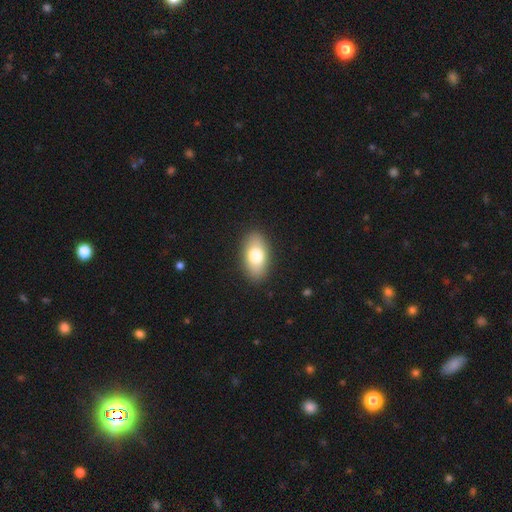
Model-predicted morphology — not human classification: The model was most divided on "smooth or featured": smooth: 75%, featured or disk: 18%, star or artifact: 7%. More confident: how rounded — in between (91%); merging — none (88%).